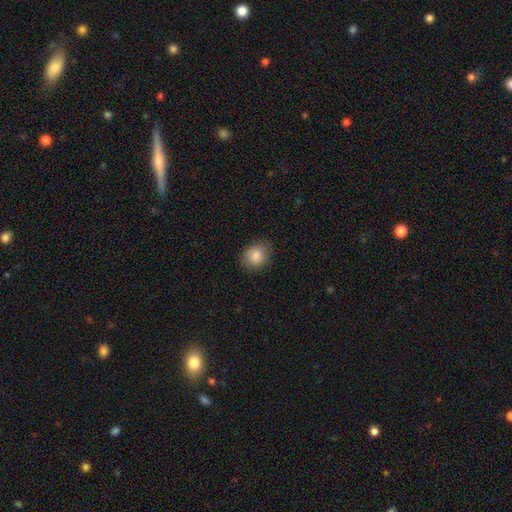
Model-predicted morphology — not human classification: Q: Smooth or featured?
A: smooth (86%); runner-up: star or artifact (9%)
Q: How rounded?
A: round (66%); runner-up: in between (33%)
Q: Merging?
A: none (83%); runner-up: minor disturbance (13%)